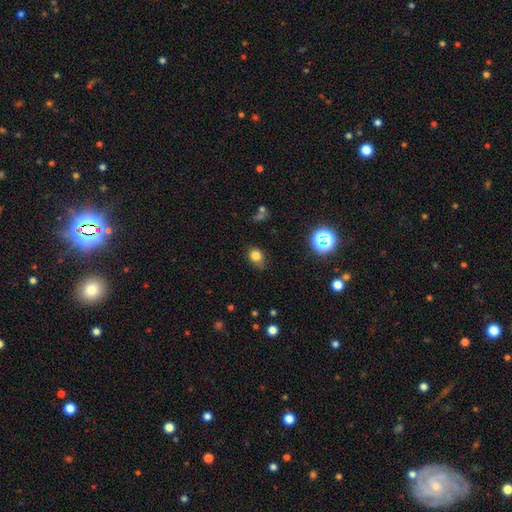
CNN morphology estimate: A smooth galaxy with no disk features (78%) that is round (53%).

Vote fractions:
- Smooth or featured? smooth: 78% / star or artifact: 14% / featured or disk: 8%
- How rounded? round: 53% / in between: 45% / cigar-shaped: 1%
- Merging? none: 63% / minor disturbance: 27% / major disturbance: 7% / merger: 2%